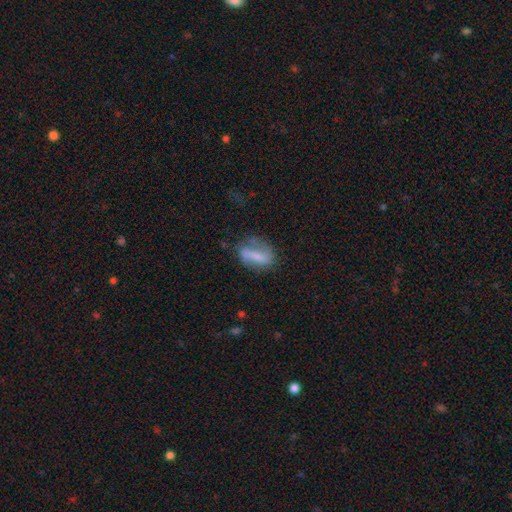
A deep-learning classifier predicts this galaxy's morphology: Smooth or featured? Predicted: smooth (p=0.46). Merging? Predicted: none (p=0.52).